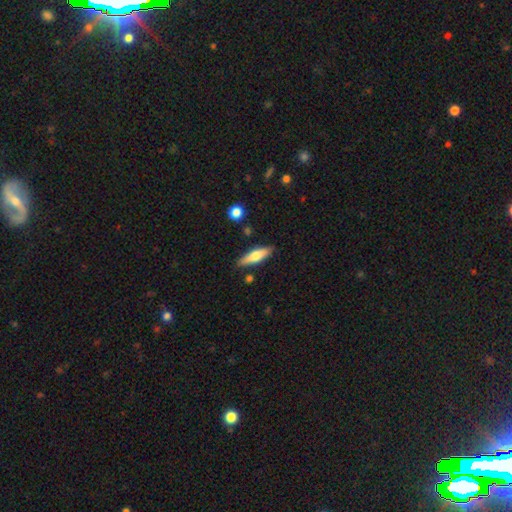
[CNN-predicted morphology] type=smooth (56%); roundness=cigar-shaped (63%); merging=none (84%).